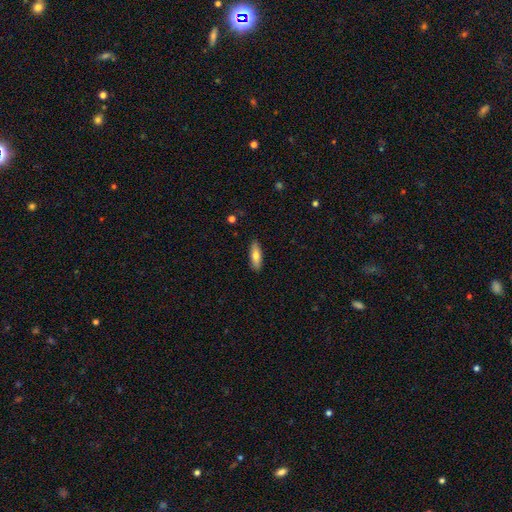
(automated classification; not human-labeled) smooth 71%, featured or disk 23%, star or artifact 6%. Down the decision tree: how rounded — in between (54%); merging — none (89%).